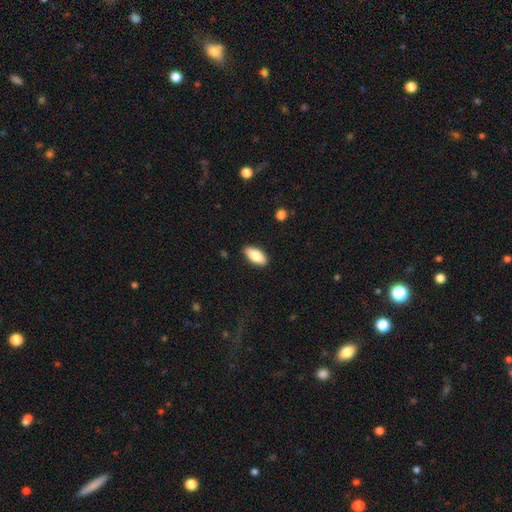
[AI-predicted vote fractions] Q: Smooth or featured?
A: smooth (82%); runner-up: featured or disk (12%)
Q: How rounded?
A: in between (87%); runner-up: cigar-shaped (10%)
Q: Merging?
A: none (88%); runner-up: minor disturbance (9%)